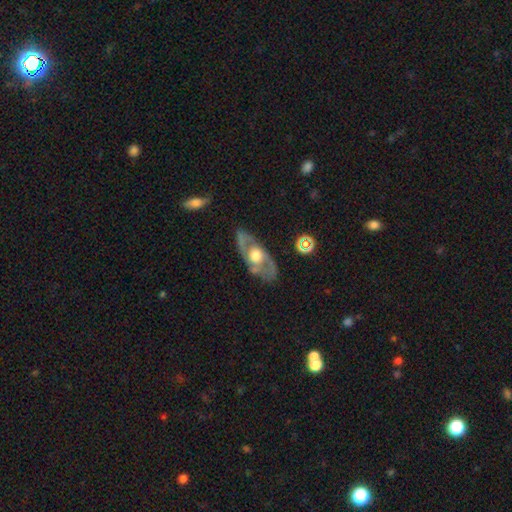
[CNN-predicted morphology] Smooth or featured?
  - featured or disk: 73% *
  - smooth: 22%
  - star or artifact: 6%
Edge-on disk?
  - no: 80% *
  - yes: 20%
Bar?
  - no: 78% *
  - weak: 18%
  - strong: 4%
Spiral arms?
  - yes: 57% *
  - no: 43%
Bulge size?
  - moderate: 57% *
  - large: 33%
  - small: 6%
  - dominant: 2%
  - none: 1%
Merging?
  - none: 77% *
  - minor disturbance: 16%
  - major disturbance: 6%
  - merger: 2%